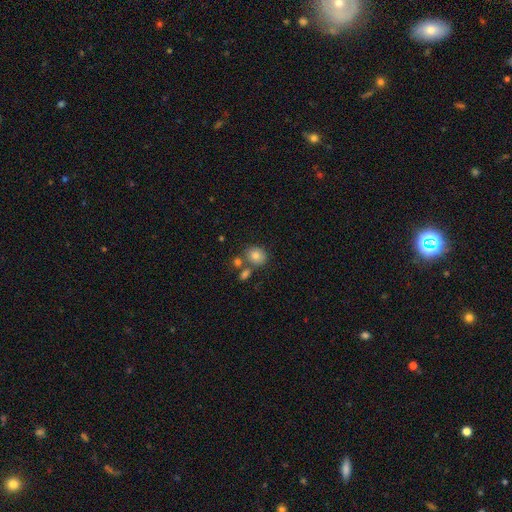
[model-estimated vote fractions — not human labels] smooth_or_featured: smooth (p=0.80) [alt: star or artifact p=0.11]
how_rounded: round (p=0.72) [alt: in between p=0.27]
merging: none (p=0.64) [alt: merger p=0.21]